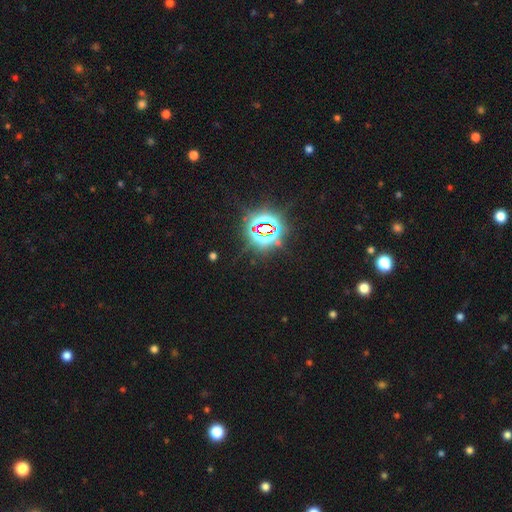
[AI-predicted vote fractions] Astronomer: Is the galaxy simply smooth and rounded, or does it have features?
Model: star or artifact — 85%.